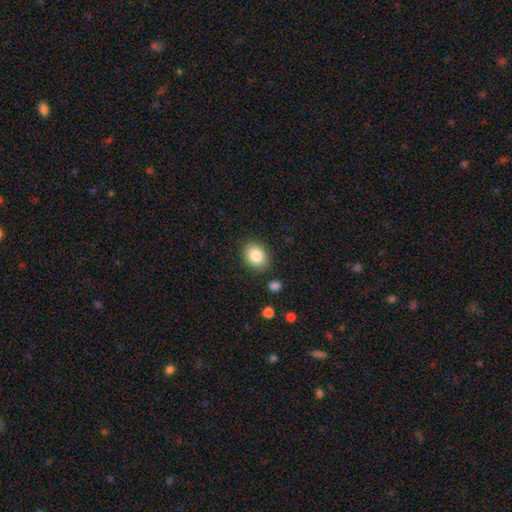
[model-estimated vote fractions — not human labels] Morphology: type=smooth (84%); roundness=in between (53%); merging=none (86%).